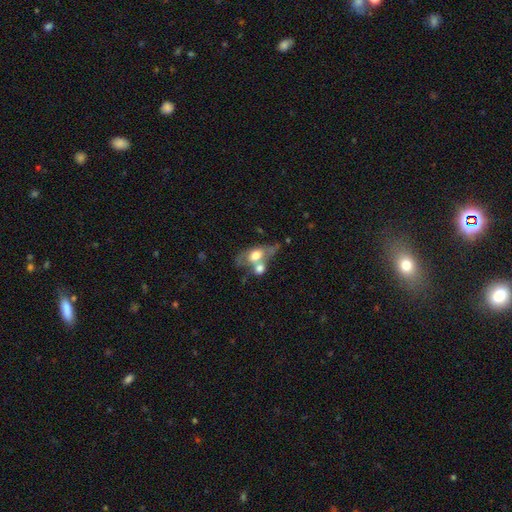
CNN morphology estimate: Smooth or featured: smooth — 47% (featured or disk — 44%)
Merging: merger — 51% (none — 26%)